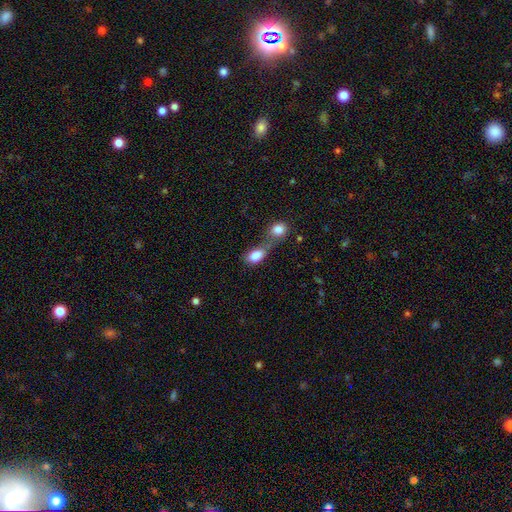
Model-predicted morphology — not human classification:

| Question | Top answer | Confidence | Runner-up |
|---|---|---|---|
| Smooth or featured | smooth | 84% | featured or disk (8%) |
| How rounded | in between | 83% | round (15%) |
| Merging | merger | 60% | none (21%) |